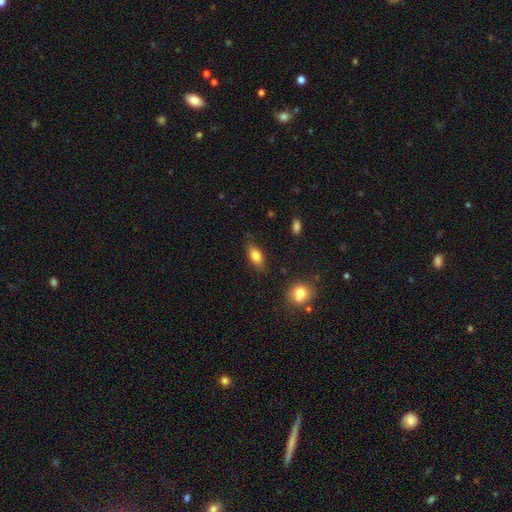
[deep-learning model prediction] Q: Smooth or featured?
A: smooth (79%); runner-up: featured or disk (13%)
Q: How rounded?
A: in between (84%); runner-up: cigar-shaped (10%)
Q: Merging?
A: none (80%); runner-up: minor disturbance (15%)